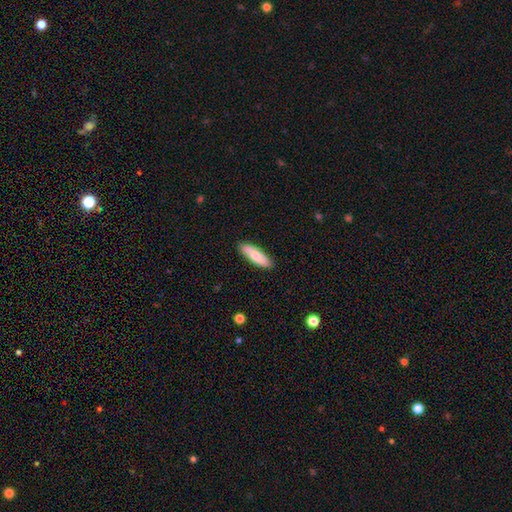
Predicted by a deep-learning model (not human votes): Smooth or featured? smooth (75%)
How rounded? cigar-shaped (54%)
Merging? none (88%)